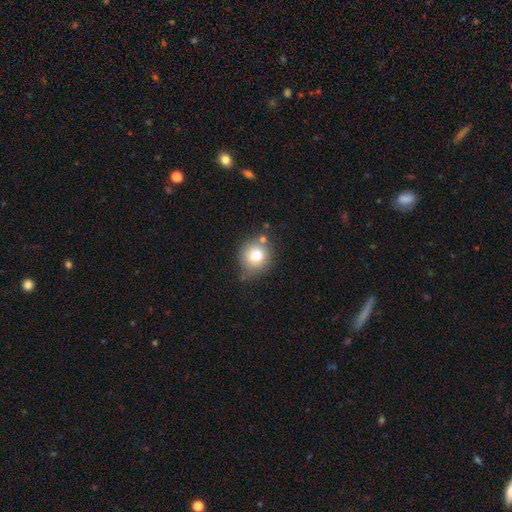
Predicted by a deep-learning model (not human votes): A smooth galaxy with no disk features (78%) that is round (83%).

Vote fractions:
- Smooth or featured? smooth: 78% / featured or disk: 11% / star or artifact: 11%
- How rounded? round: 83% / in between: 16% / cigar-shaped: 1%
- Merging? none: 69% / minor disturbance: 17% / merger: 8% / major disturbance: 5%